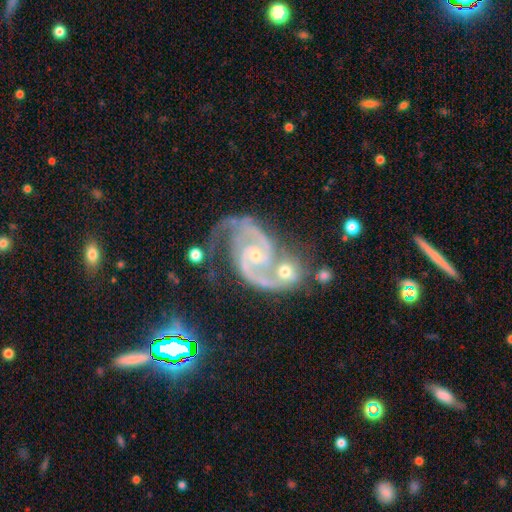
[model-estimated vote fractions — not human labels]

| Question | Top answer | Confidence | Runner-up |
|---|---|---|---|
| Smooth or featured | featured or disk | 92% | star or artifact (6%) |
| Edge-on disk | no | 98% | yes (2%) |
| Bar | no | 56% | weak (33%) |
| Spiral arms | yes | 98% | no (2%) |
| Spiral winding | medium | 62% | tight (22%) |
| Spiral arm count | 2 | 90% | 3 (3%) |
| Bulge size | small | 75% | moderate (20%) |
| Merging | merger | 36% | none (35%) |